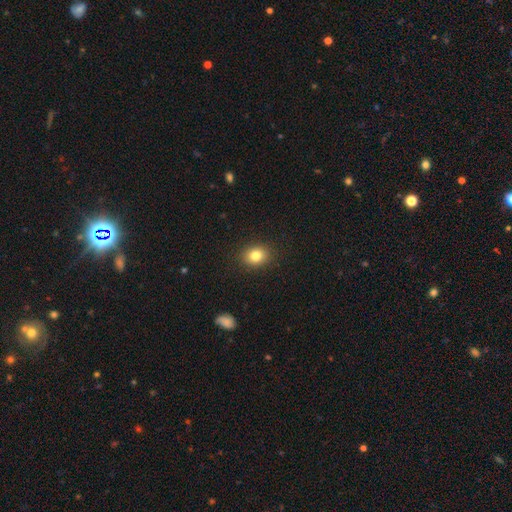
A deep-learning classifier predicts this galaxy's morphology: A smooth galaxy with no disk features (81%) that is round (50%). Merging: none (89%).